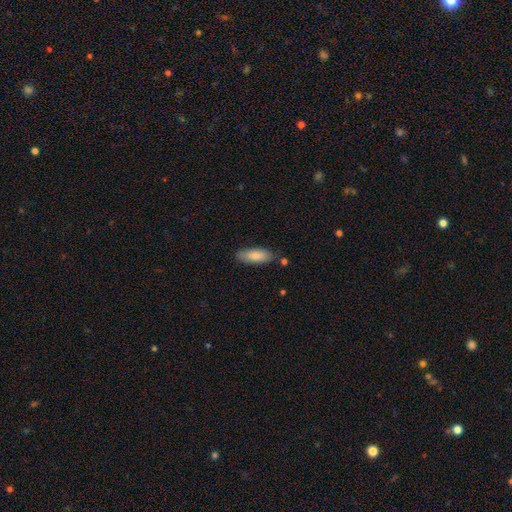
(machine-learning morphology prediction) smooth_or_featured: smooth (p=0.85) [alt: featured or disk p=0.09]
how_rounded: in between (p=0.70) [alt: cigar-shaped p=0.29]
merging: none (p=0.79) [alt: minor disturbance p=0.14]